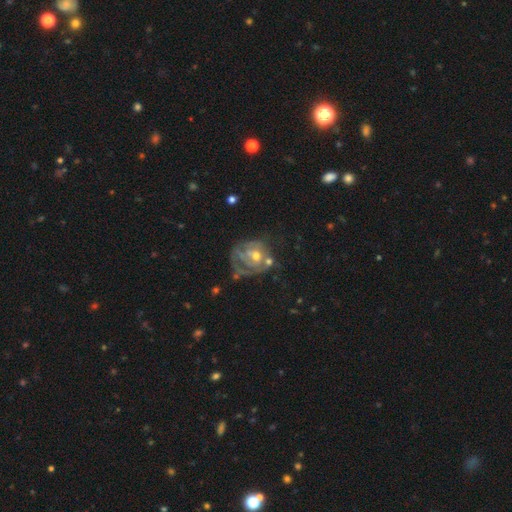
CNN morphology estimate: Overall: featured or disk (68%). Edge-on disk: no (97%). Bar: no (72%). Spiral arms: yes (59%; no 41%). Bulge size: moderate (60%; small 32%). Merging: none (35%; major disturbance 30%).